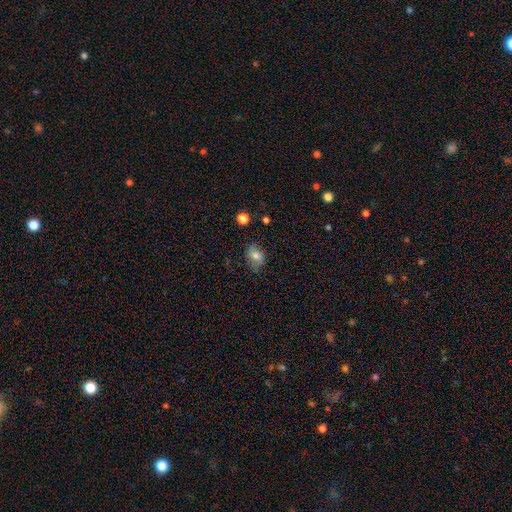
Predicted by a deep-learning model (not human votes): The model was most divided on "how rounded": in between: 69%, round: 30%, cigar-shaped: 1%. More confident: merging — none (67%); smooth or featured — smooth (67%).